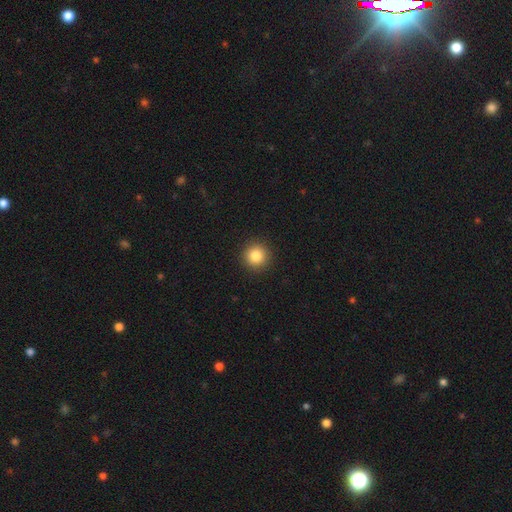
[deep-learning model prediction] A smooth galaxy with no disk features (85%) that is round (95%).

Vote fractions:
- Smooth or featured? smooth: 85% / star or artifact: 10% / featured or disk: 5%
- How rounded? round: 95% / in between: 4% / cigar-shaped: 1%
- Merging? none: 93% / minor disturbance: 5% / major disturbance: 2% / merger: 1%